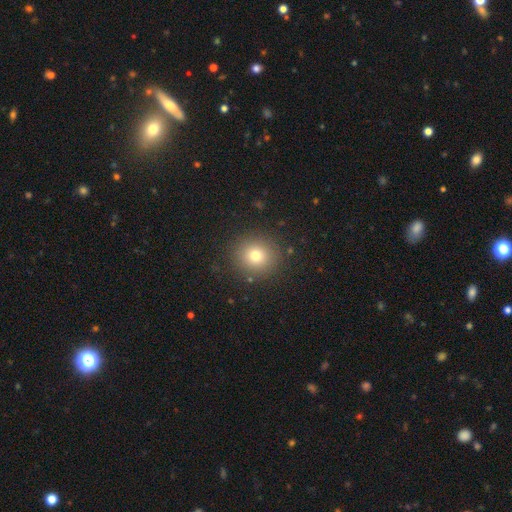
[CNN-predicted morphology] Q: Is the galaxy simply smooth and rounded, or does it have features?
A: smooth — 75%.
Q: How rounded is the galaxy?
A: round — 91%.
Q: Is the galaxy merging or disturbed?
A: none — 89%.